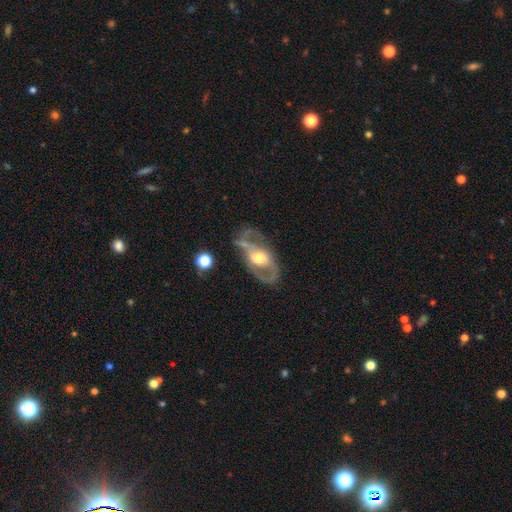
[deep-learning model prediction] Q: Smooth or featured?
A: featured or disk (80%); runner-up: smooth (14%)
Q: Edge-on disk?
A: no (91%); runner-up: yes (9%)
Q: Bar?
A: no (50%); runner-up: weak (30%)
Q: Spiral arms?
A: yes (70%); runner-up: no (30%)
Q: Spiral winding?
A: medium (47%); runner-up: tight (27%)
Q: Spiral arm count?
A: 2 (76%); runner-up: can't tell (13%)
Q: Bulge size?
A: moderate (65%); runner-up: small (17%)
Q: Merging?
A: none (64%); runner-up: minor disturbance (18%)